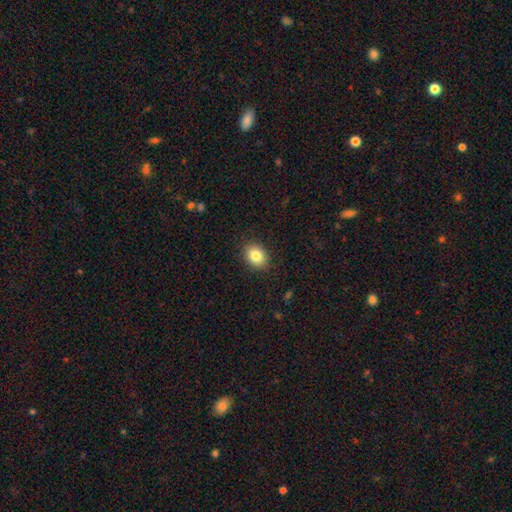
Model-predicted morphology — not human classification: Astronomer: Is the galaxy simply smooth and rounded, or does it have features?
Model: smooth — 84%.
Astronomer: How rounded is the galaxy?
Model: in between — 58% (runner-up: round, 41%).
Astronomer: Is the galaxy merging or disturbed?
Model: none — 89%.